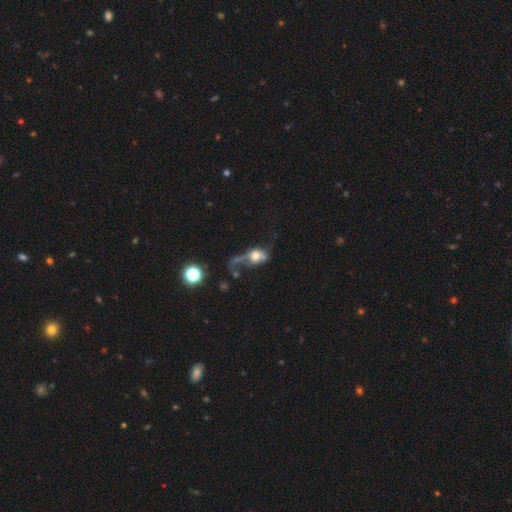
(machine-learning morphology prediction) smooth-or-featured: smooth: 51% | featured or disk: 36% | star or artifact: 12%
  how-rounded: in between: 52% | round: 42% | cigar-shaped: 6%
  merging: major disturbance: 50% | merger: 18% | none: 18% | minor disturbance: 14%